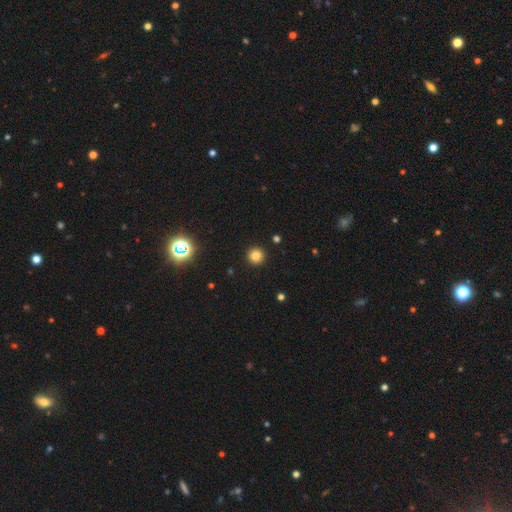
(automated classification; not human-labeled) Morphology: type=smooth (81%); roundness=round (96%); merging=none (93%).